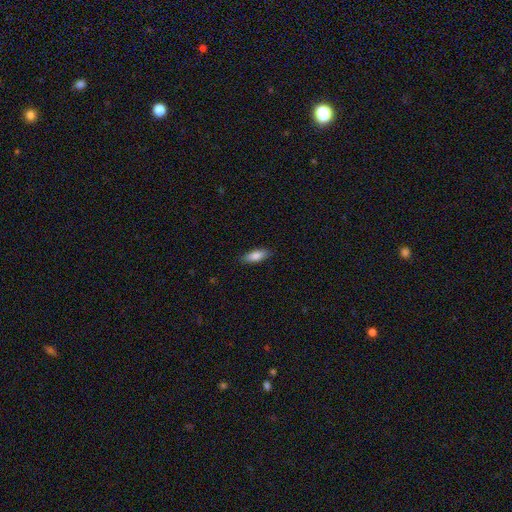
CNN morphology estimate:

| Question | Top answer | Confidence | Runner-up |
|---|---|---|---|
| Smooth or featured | smooth | 84% | featured or disk (10%) |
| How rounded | in between | 72% | cigar-shaped (26%) |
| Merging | none | 85% | minor disturbance (12%) |